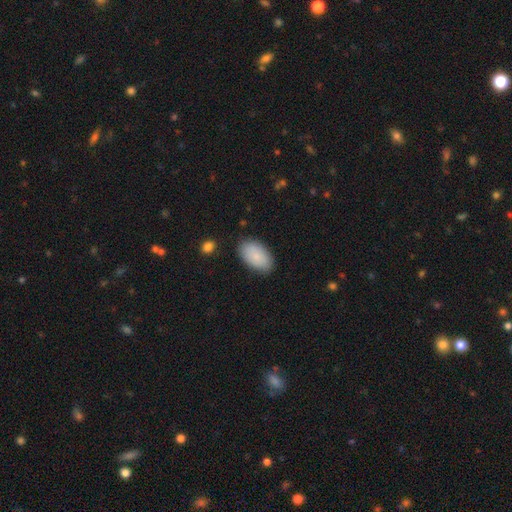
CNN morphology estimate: A smooth galaxy with no disk features (85%) that is in between round and cigar-shaped (95%). Merging: none (84%).